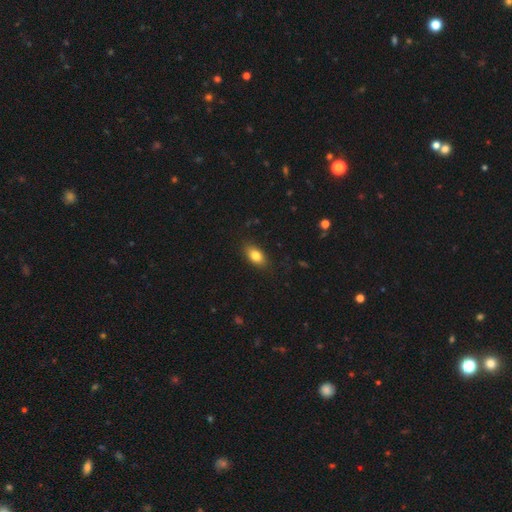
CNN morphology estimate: This appears to be a smooth galaxy with no disk features (82%) that is in between round and cigar-shaped (87%). Merging: none (84%).